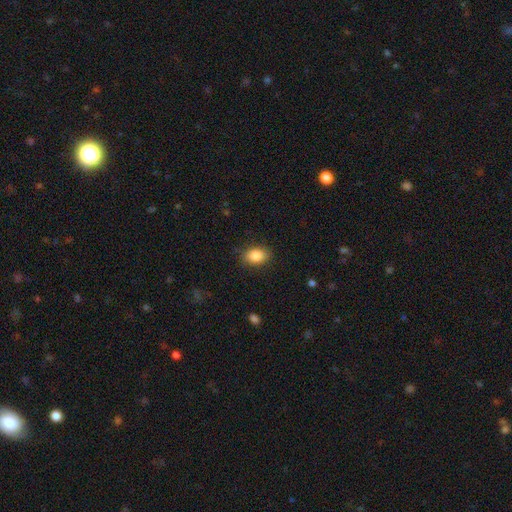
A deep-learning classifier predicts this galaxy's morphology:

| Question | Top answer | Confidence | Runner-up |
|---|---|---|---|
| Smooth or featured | smooth | 87% | star or artifact (8%) |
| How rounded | in between | 81% | round (18%) |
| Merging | none | 85% | minor disturbance (11%) |